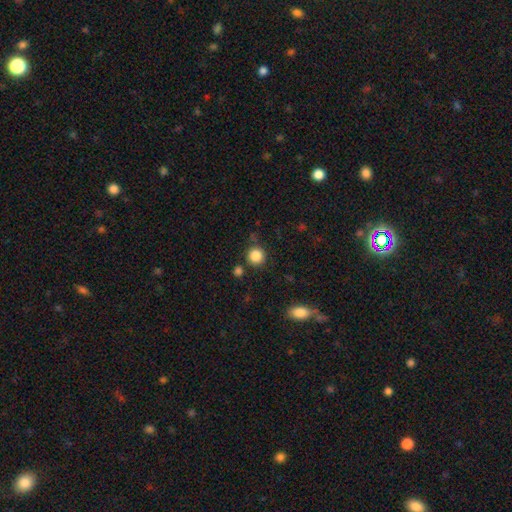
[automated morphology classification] Smooth or featured?
  - smooth: 86% *
  - star or artifact: 10%
  - featured or disk: 4%
How rounded?
  - round: 92% *
  - in between: 7%
  - cigar-shaped: 1%
Merging?
  - none: 81% *
  - minor disturbance: 10%
  - merger: 6%
  - major disturbance: 3%